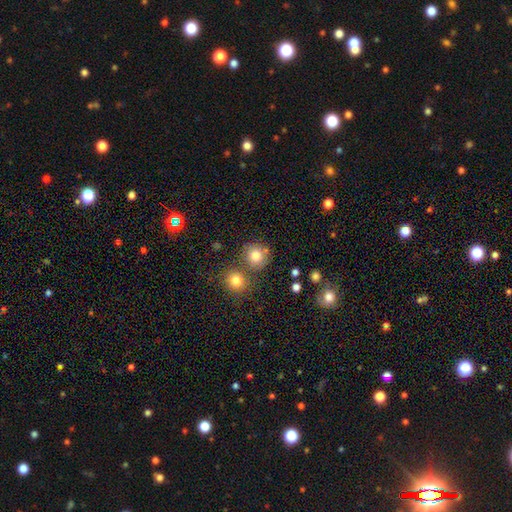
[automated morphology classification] Smooth or featured?
  - smooth: 80% *
  - star or artifact: 12%
  - featured or disk: 9%
How rounded?
  - round: 88% *
  - in between: 11%
  - cigar-shaped: 1%
Merging?
  - none: 65% *
  - merger: 20%
  - minor disturbance: 11%
  - major disturbance: 4%